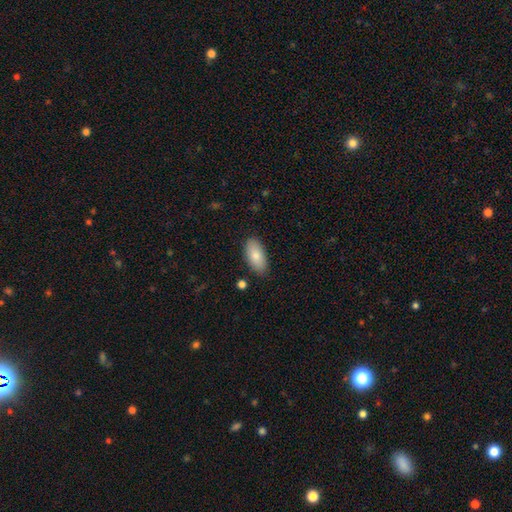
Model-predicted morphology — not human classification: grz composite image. It shows a smooth galaxy with no disk features (83%) that is in between round and cigar-shaped (93%). Merging: none (84%).